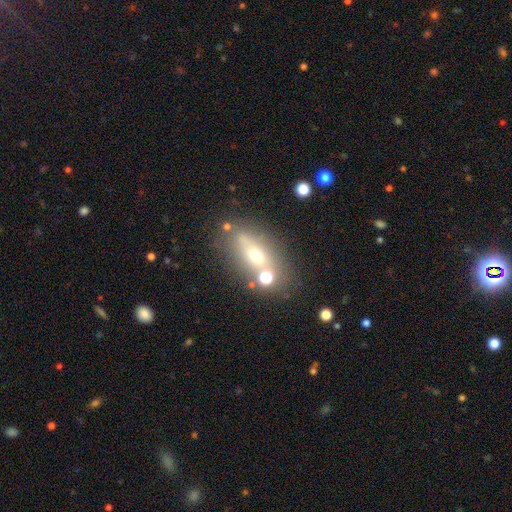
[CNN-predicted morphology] Overall: smooth (50%; featured or disk 34%). How rounded: in between (69%). Merging: none (60%).